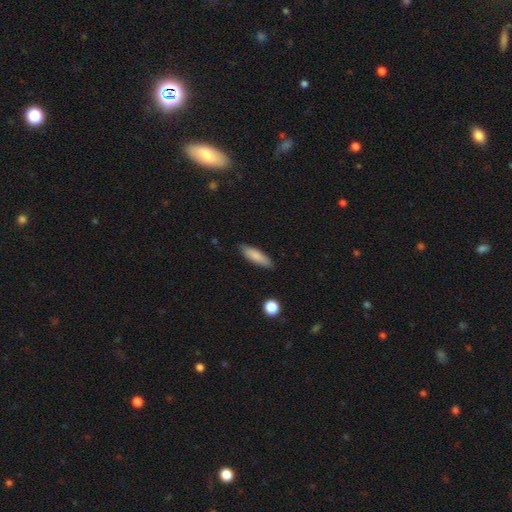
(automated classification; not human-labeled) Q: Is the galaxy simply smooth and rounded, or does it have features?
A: smooth — 84%.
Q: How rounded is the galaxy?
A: cigar-shaped — 52%.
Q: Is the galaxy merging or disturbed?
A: none — 85%.